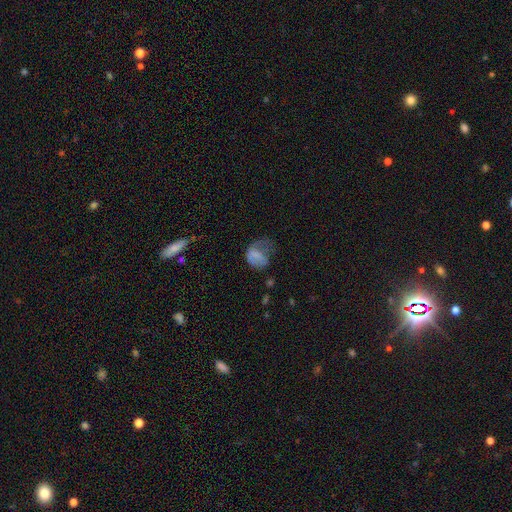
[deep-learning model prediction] Smooth or featured? smooth (62%)
How rounded? in between (58%)
Merging? major disturbance (48%)